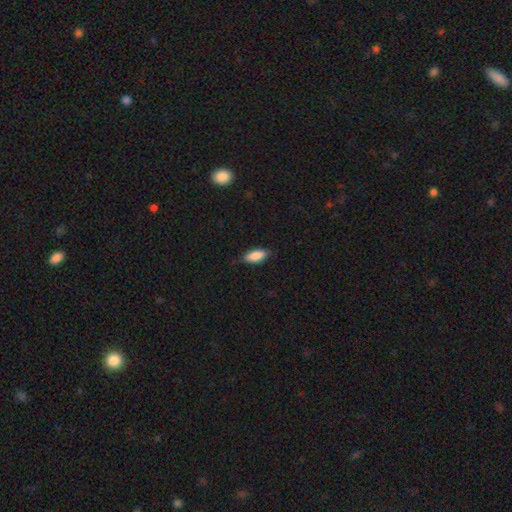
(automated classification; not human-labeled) Smooth or featured? smooth (85%)
How rounded? in between (84%)
Merging? none (79%)